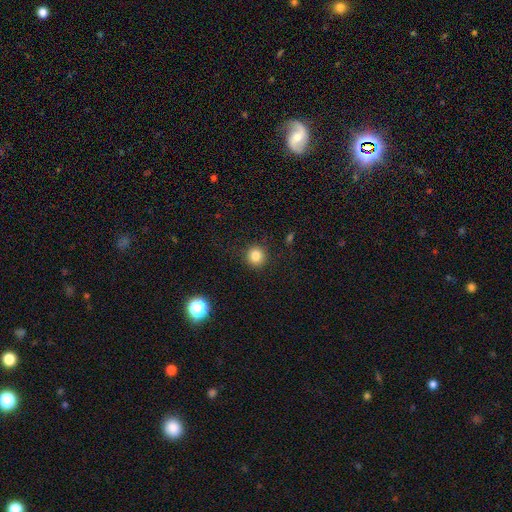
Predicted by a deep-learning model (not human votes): Smooth or featured?
  - smooth: 82% *
  - star or artifact: 12%
  - featured or disk: 6%
How rounded?
  - round: 92% *
  - in between: 7%
  - cigar-shaped: 1%
Merging?
  - none: 90% *
  - minor disturbance: 6%
  - major disturbance: 2%
  - merger: 1%